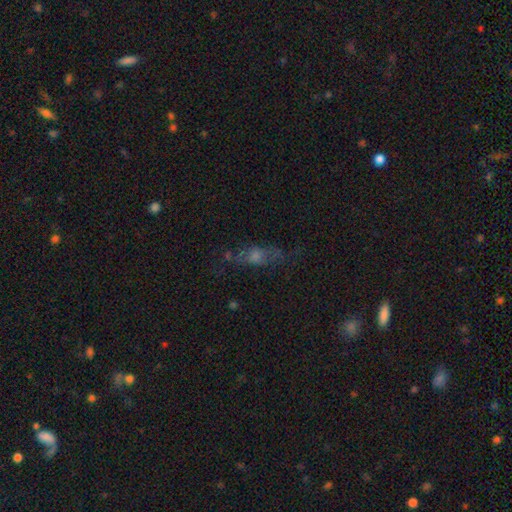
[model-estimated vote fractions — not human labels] featured or disk 42%, smooth 36%, star or artifact 22%. Down the decision tree: merging — none (66%).